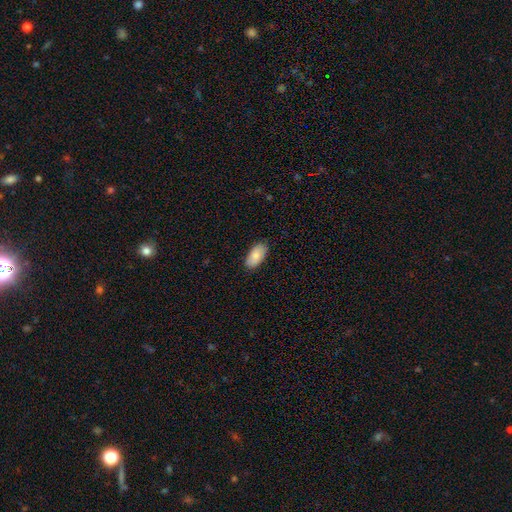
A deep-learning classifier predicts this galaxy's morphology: type=smooth (83%); roundness=in between (94%); merging=none (86%).